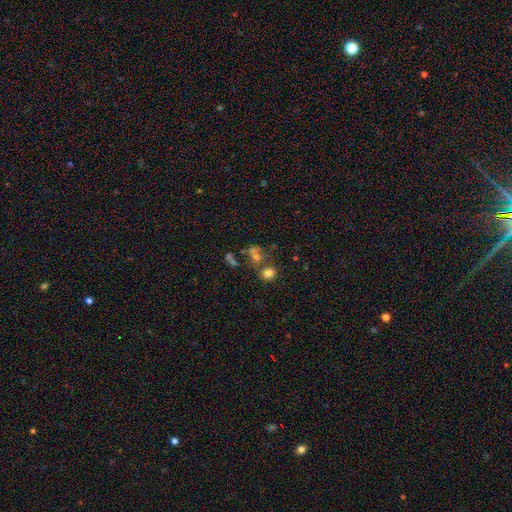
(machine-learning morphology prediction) Smooth or featured: smooth — 55% (star or artifact — 28%)
How rounded: round — 77% (in between — 22%)
Merging: none — 52% (merger — 32%)